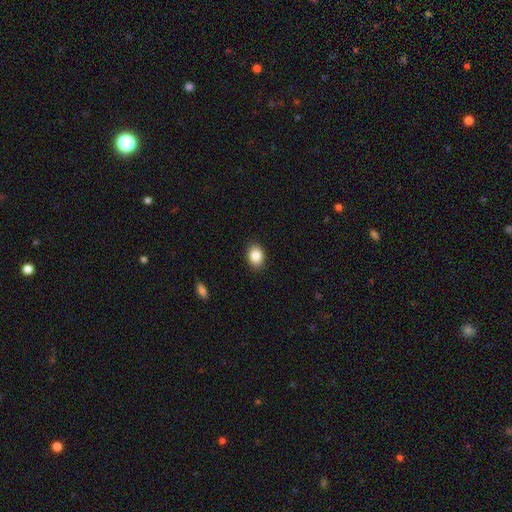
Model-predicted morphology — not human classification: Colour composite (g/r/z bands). It shows a smooth galaxy with no disk features (87%) that is in between round and cigar-shaped (68%). Merging: none (89%).